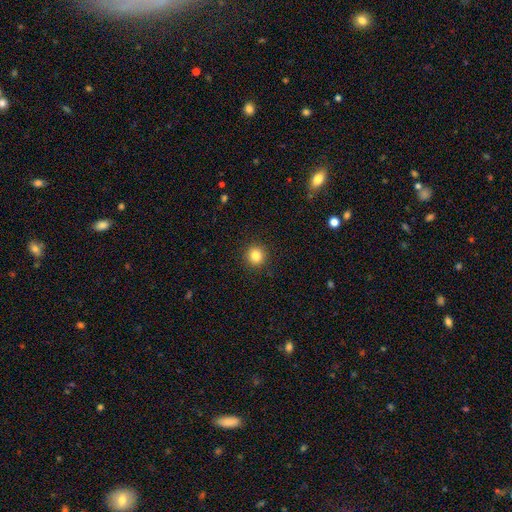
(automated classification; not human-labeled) The model was most divided on "smooth or featured": smooth: 84%, star or artifact: 11%, featured or disk: 5%. More confident: how rounded — round (94%); merging — none (92%).